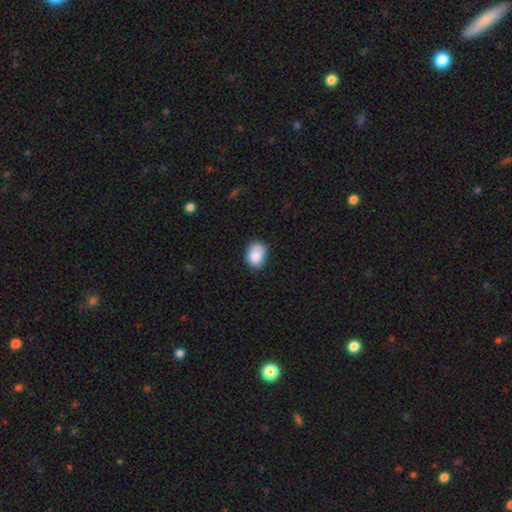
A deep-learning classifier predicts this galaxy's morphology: Smooth or featured?
  - smooth: 85% *
  - star or artifact: 8%
  - featured or disk: 6%
How rounded?
  - in between: 61% *
  - round: 38%
  - cigar-shaped: 1%
Merging?
  - none: 68% *
  - minor disturbance: 25%
  - major disturbance: 5%
  - merger: 2%